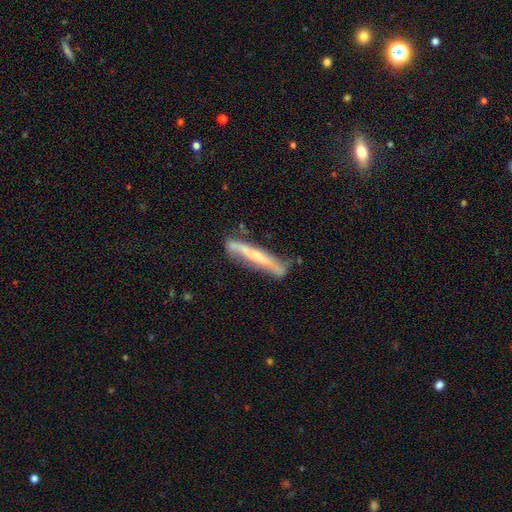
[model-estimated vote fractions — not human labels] A featured or disk galaxy (60%) viewed edge-on (80%).

Vote fractions:
- Smooth or featured? featured or disk: 60% / smooth: 34% / star or artifact: 6%
- Edge-on disk? yes: 80% / no: 20%
- Merging? none: 69% / minor disturbance: 22% / major disturbance: 6% / merger: 4%